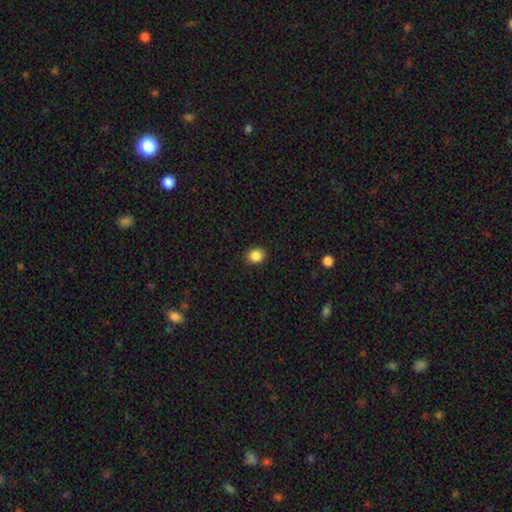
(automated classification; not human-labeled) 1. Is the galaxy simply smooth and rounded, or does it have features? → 87% smooth, 10% star or artifact, 3% featured or disk.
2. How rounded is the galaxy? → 68% round, 31% in between, 1% cigar-shaped.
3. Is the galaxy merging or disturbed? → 92% none, 6% minor disturbance, 2% major disturbance, 1% merger.